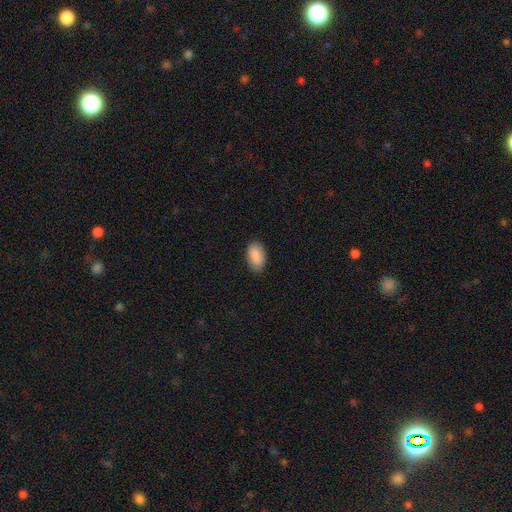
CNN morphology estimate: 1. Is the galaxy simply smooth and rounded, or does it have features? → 89% smooth, 6% star or artifact, 5% featured or disk.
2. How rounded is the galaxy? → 94% in between, 4% round, 2% cigar-shaped.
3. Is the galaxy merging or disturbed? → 85% none, 12% minor disturbance, 2% major disturbance, 1% merger.